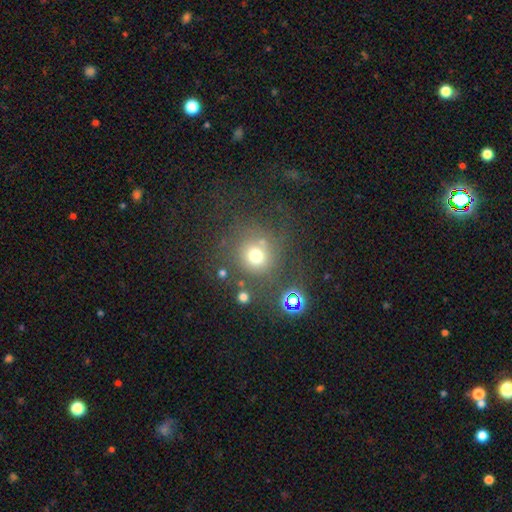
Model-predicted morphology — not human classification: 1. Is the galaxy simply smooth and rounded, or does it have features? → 67% smooth, 21% star or artifact, 12% featured or disk.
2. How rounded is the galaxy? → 90% round, 9% in between, 1% cigar-shaped.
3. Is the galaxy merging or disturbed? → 69% none, 13% minor disturbance, 10% major disturbance, 8% merger.